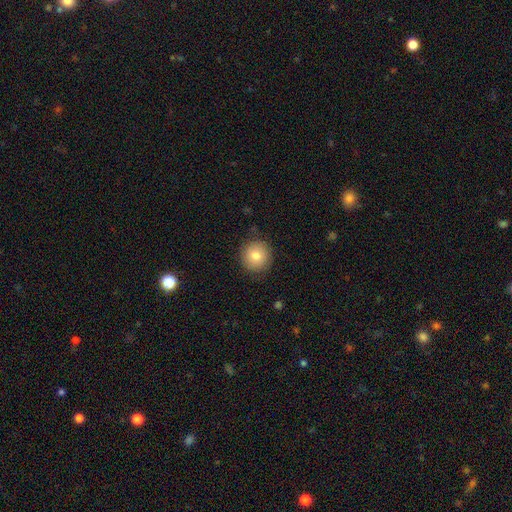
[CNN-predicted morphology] Smooth or featured? smooth (81%)
How rounded? round (93%)
Merging? none (87%)